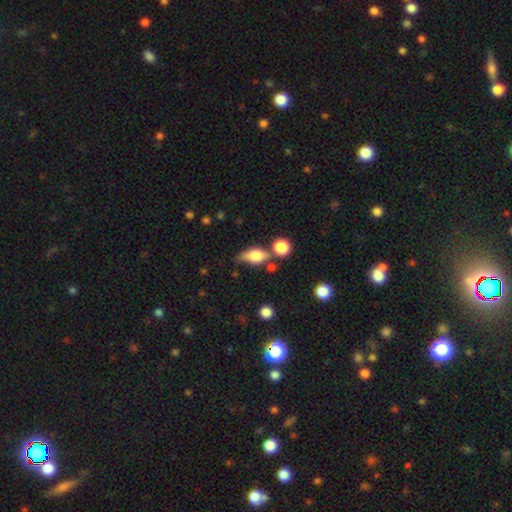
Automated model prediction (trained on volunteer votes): Q: Smooth or featured?
A: smooth (71%); runner-up: featured or disk (21%)
Q: How rounded?
A: in between (76%); runner-up: round (12%)
Q: Merging?
A: none (49%); runner-up: minor disturbance (24%)